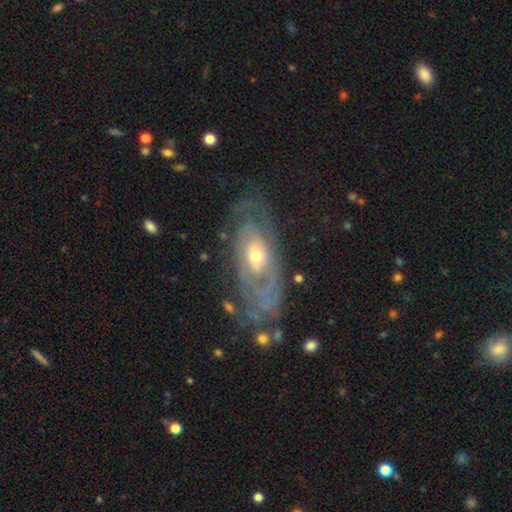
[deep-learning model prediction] Overall: featured or disk (79%). Edge-on disk: no (91%). Bar: no (77%). Spiral arms: yes (76%). Spiral arm count: can't tell (47%; 2 30%). Spiral winding: tight (64%; medium 25%). Bulge size: moderate (51%; small 44%). Merging: none (64%).